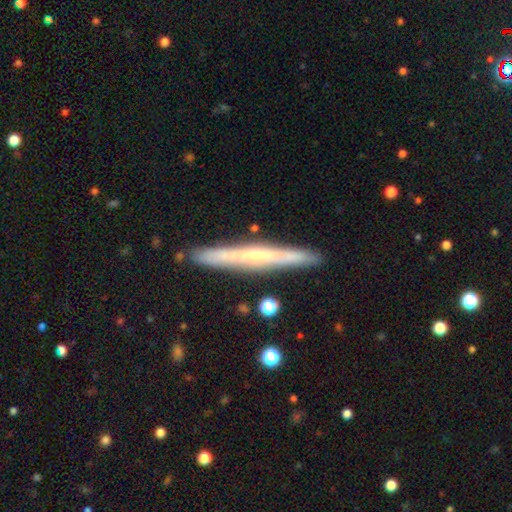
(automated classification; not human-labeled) smooth_or_featured: featured or disk (p=0.57) [alt: smooth p=0.37]
disk_edge_on: yes (p=0.95) [alt: no p=0.05]
edge_on_bulge: none (p=0.64) [alt: rounded p=0.28]
merging: none (p=0.88) [alt: minor disturbance p=0.09]